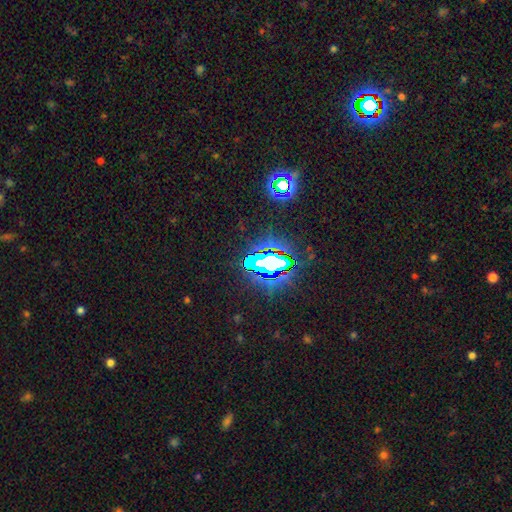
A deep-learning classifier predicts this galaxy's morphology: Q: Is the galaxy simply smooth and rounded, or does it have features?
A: star or artifact — 71%.